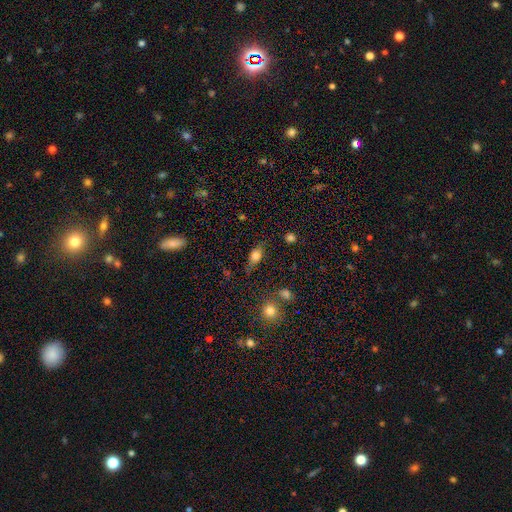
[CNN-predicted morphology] The model was most divided on "smooth or featured": smooth: 70%, featured or disk: 21%, star or artifact: 9%. More confident: how rounded — in between (73%); merging — none (72%).